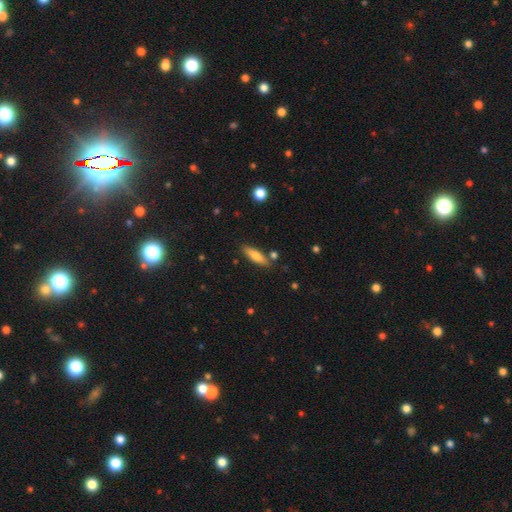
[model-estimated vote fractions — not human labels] Q: Smooth or featured?
A: smooth (72%); runner-up: featured or disk (21%)
Q: How rounded?
A: cigar-shaped (58%); runner-up: in between (39%)
Q: Merging?
A: none (82%); runner-up: minor disturbance (11%)